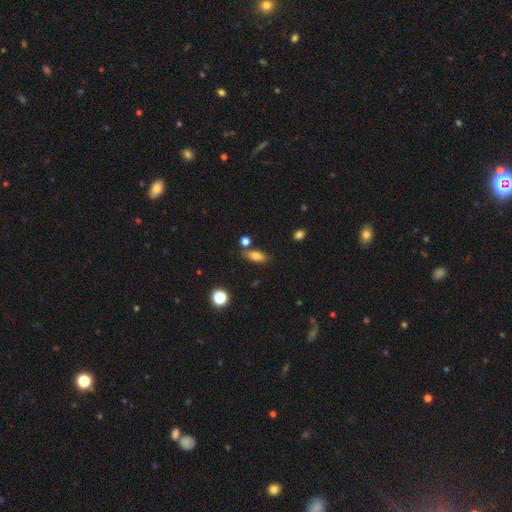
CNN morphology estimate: Smooth or featured?
  - smooth: 75% *
  - featured or disk: 15%
  - star or artifact: 10%
How rounded?
  - in between: 77% *
  - cigar-shaped: 18%
  - round: 6%
Merging?
  - none: 73% *
  - minor disturbance: 14%
  - merger: 9%
  - major disturbance: 4%